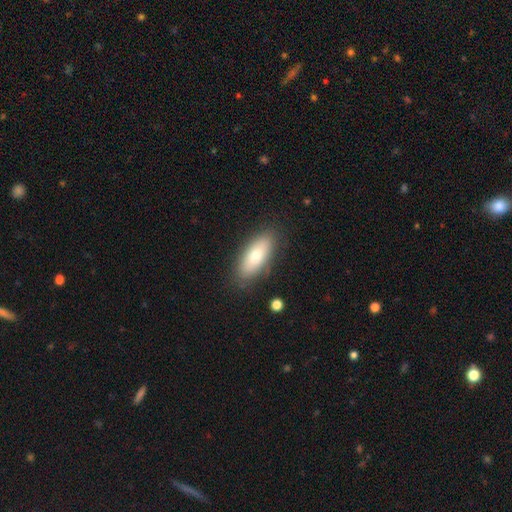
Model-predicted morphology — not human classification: smooth_or_featured: smooth (p=0.71) [alt: featured or disk p=0.22]
how_rounded: in between (p=0.79) [alt: cigar-shaped p=0.18]
merging: none (p=0.86) [alt: minor disturbance p=0.10]